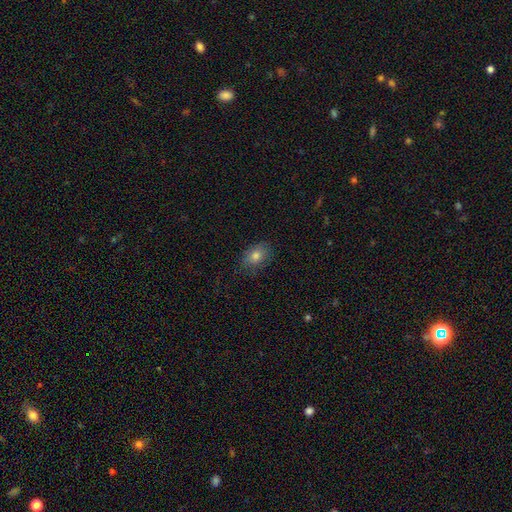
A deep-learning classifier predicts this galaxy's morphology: Overall: smooth (75%). How rounded: in between (71%). Merging: none (76%).